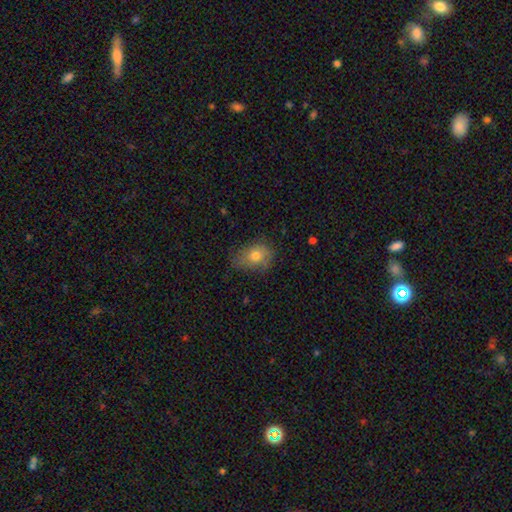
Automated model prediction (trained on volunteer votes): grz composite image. It shows a smooth galaxy with no disk features (73%) that is in between round and cigar-shaped (63%). Merging: none (51%).